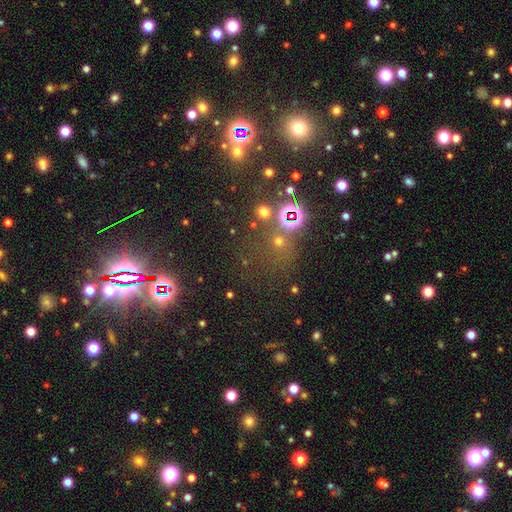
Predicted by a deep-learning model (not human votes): star or artifact 74%, smooth 17%, featured or disk 8%.